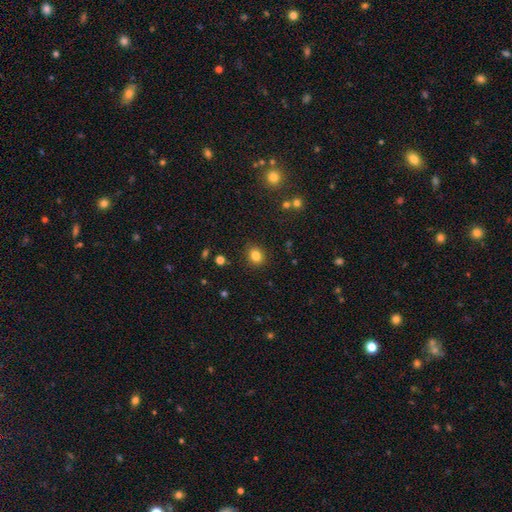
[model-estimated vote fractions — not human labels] A smooth galaxy with no disk features (83%) that is round (72%). Merging: none (89%).